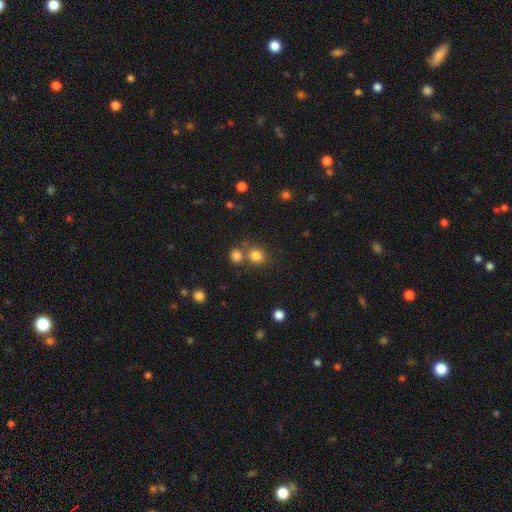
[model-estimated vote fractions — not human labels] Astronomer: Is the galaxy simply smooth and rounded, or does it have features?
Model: smooth — 81%.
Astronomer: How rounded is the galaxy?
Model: round — 79%.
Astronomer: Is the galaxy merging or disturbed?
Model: none — 62%.